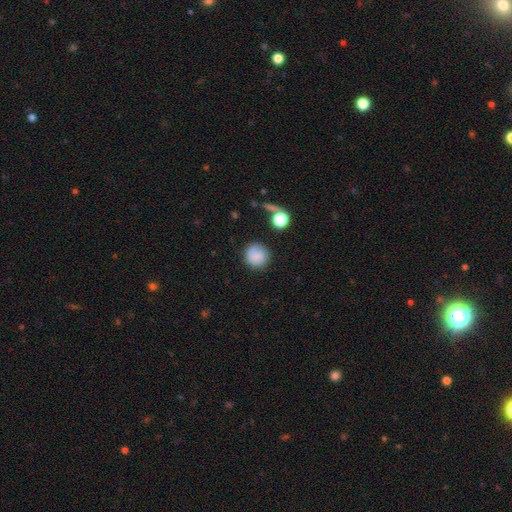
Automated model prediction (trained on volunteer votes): Morphology: type=smooth (82%); roundness=round (92%); merging=none (81%).